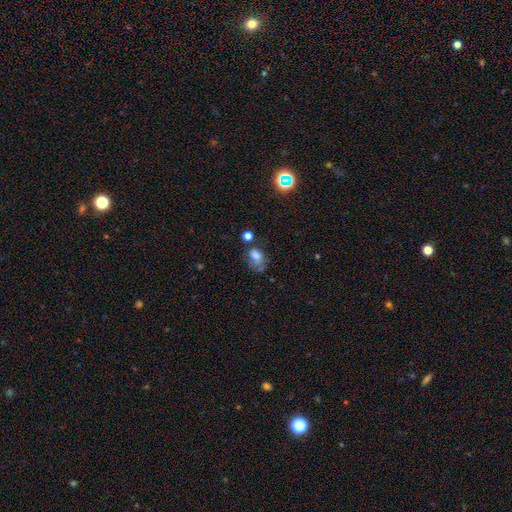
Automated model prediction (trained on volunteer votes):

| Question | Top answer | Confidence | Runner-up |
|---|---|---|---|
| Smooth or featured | smooth | 65% | featured or disk (19%) |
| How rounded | in between | 74% | round (24%) |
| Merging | none | 32% | major disturbance (27%) |